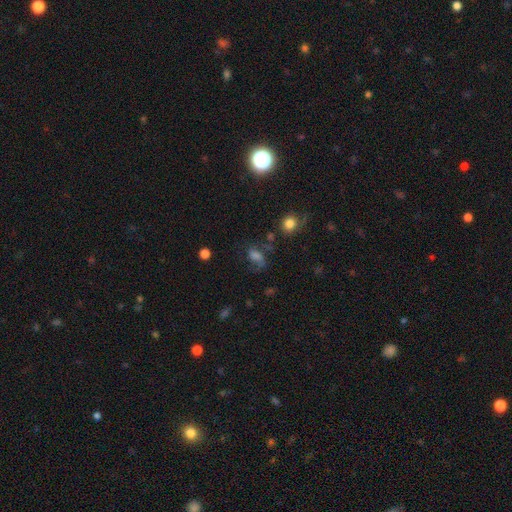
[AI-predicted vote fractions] Smooth or featured?
  - smooth: 41% *
  - featured or disk: 35%
  - star or artifact: 24%
Merging?
  - none: 48% *
  - major disturbance: 24%
  - minor disturbance: 22%
  - merger: 6%